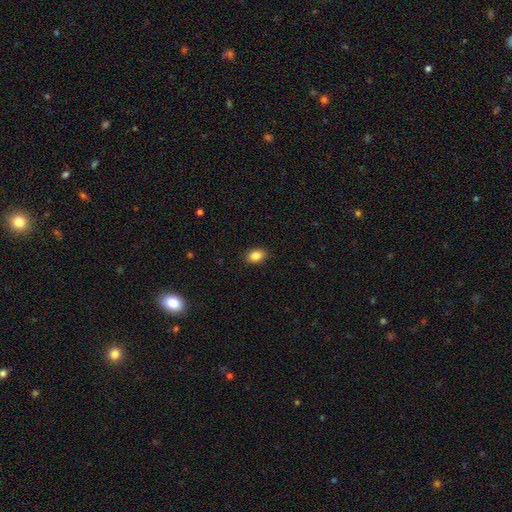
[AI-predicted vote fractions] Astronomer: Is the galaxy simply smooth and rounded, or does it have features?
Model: smooth — 86%.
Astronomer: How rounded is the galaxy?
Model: in between — 83%.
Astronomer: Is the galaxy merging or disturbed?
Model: none — 89%.